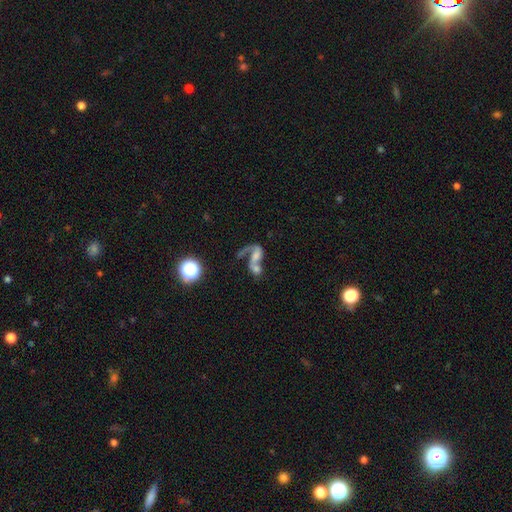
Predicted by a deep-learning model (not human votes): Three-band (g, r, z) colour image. It shows a featured or disk galaxy (52%). Merging: merger (64%).